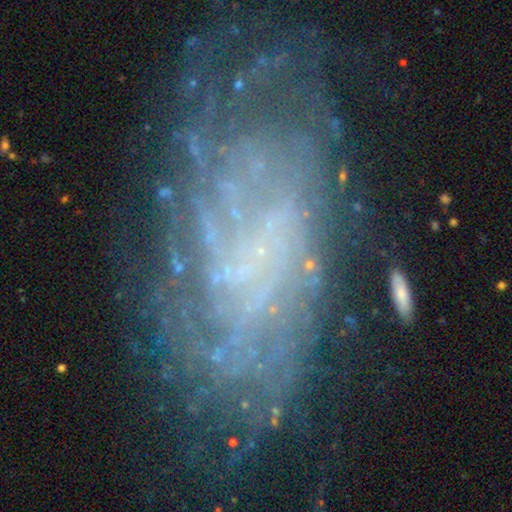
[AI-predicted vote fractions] Smooth or featured? Predicted: featured or disk (p=0.75). Edge-on disk? Predicted: no (p=0.94). Bar? Predicted: no (p=0.68). Spiral arms? Predicted: yes (p=0.82). Spiral winding? Predicted: tight (p=0.55). Spiral arm count? Predicted: can't tell (p=0.50). Bulge size? Predicted: small (p=0.48). Merging? Predicted: none (p=0.63).